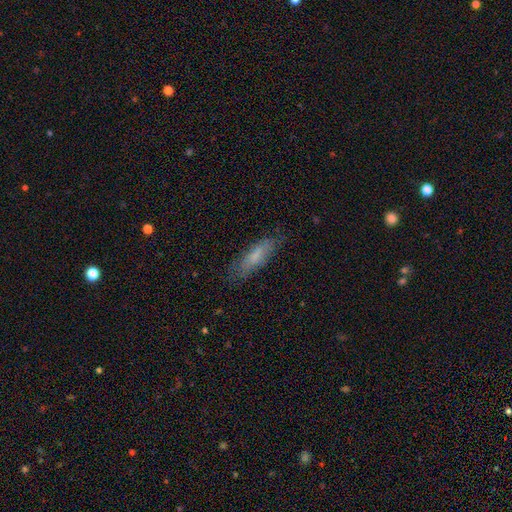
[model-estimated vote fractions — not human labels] Morphology: type=smooth (70%); roundness=cigar-shaped (59%); merging=none (76%).